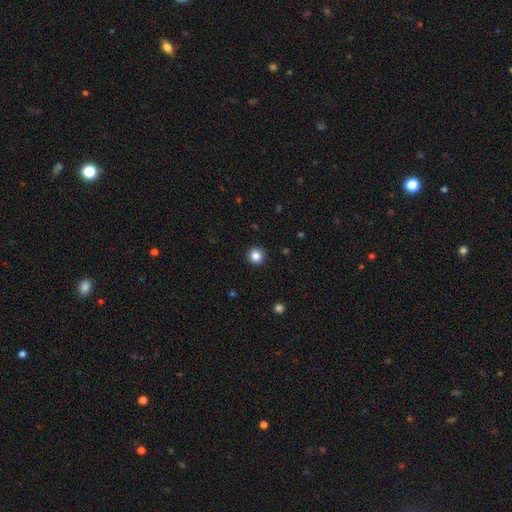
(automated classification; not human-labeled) smooth-or-featured: smooth: 85% | star or artifact: 11% | featured or disk: 4%
  how-rounded: round: 95% | in between: 4% | cigar-shaped: 1%
  merging: none: 93% | minor disturbance: 5% | major disturbance: 2% | merger: 1%